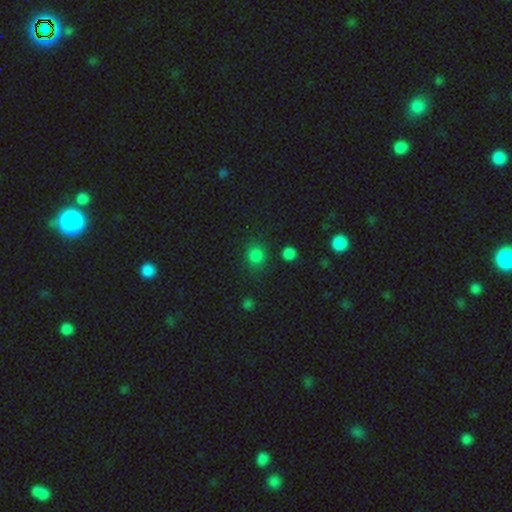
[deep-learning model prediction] A smooth galaxy with no disk features (78%) that is round (79%).

Vote fractions:
- Smooth or featured? smooth: 78% / star or artifact: 18% / featured or disk: 4%
- How rounded? round: 79% / in between: 20% / cigar-shaped: 1%
- Merging? none: 80% / minor disturbance: 11% / major disturbance: 4% / merger: 4%